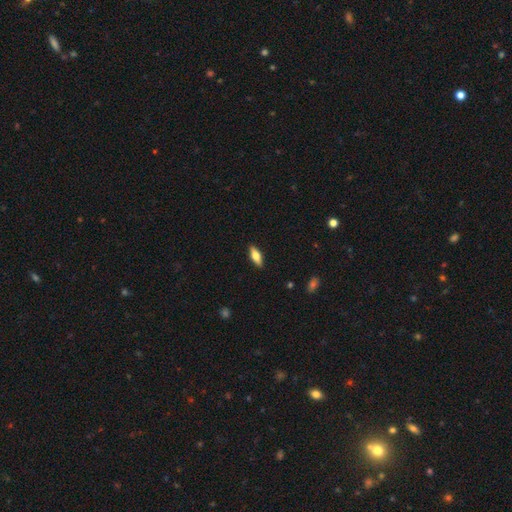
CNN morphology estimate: smooth_or_featured: smooth (p=0.62) [alt: featured or disk p=0.32]
how_rounded: in between (p=0.67) [alt: cigar-shaped p=0.30]
merging: none (p=0.89) [alt: minor disturbance p=0.09]